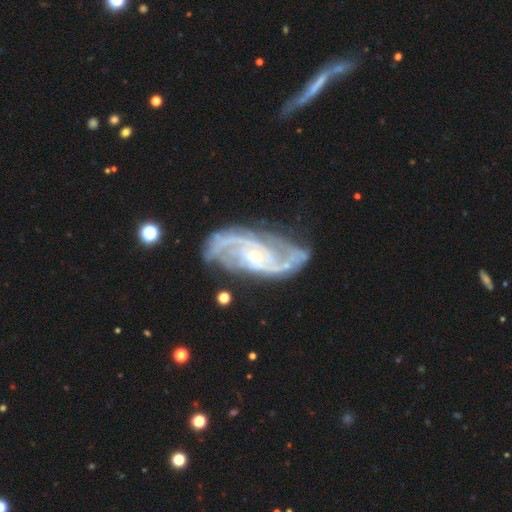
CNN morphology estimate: type=featured or disk (92%); edge-on=no (97%); bar=no (54%); spiral arms=yes (98%); winding=medium (50%); arm count=2 (73%); bulge=small (77%); merging=none (72%).